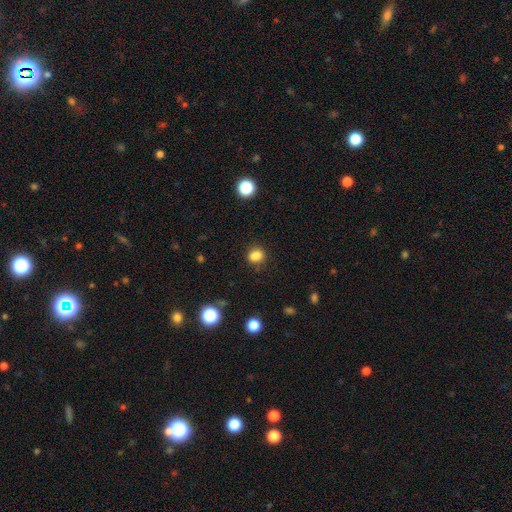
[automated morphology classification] Overall: smooth (80%). How rounded: round (56%; in between 42%). Merging: none (67%).